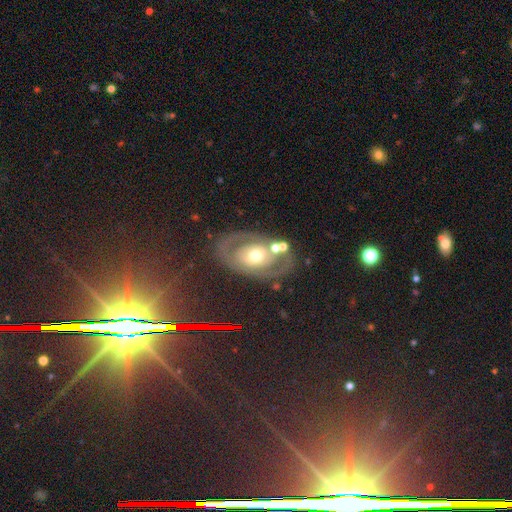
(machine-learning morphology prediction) Smooth or featured? featured or disk (67%)
Edge-on disk? no (94%)
Bar? no (83%)
Spiral arms? no (60%)
Bulge size? moderate (68%)
Merging? none (67%)